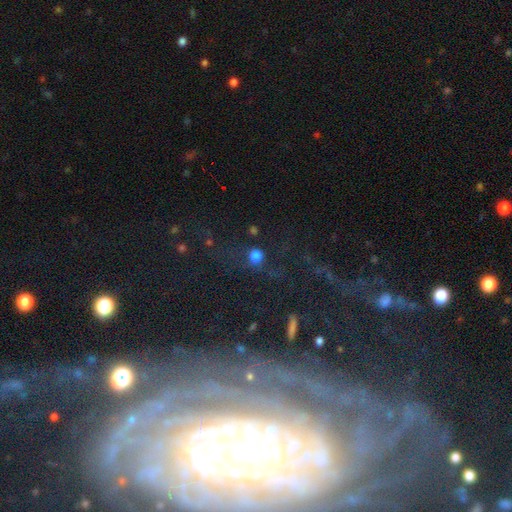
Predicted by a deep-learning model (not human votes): Q: Smooth or featured?
A: smooth (67%); runner-up: star or artifact (23%)
Q: How rounded?
A: round (85%); runner-up: in between (13%)
Q: Merging?
A: none (62%); runner-up: major disturbance (17%)